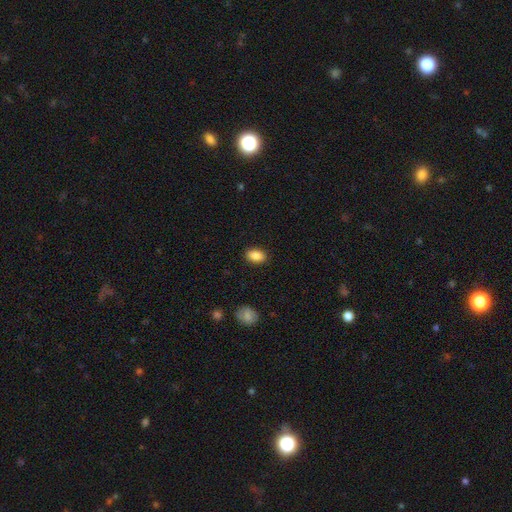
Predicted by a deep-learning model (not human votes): Smooth or featured? smooth (87%)
How rounded? in between (87%)
Merging? none (88%)